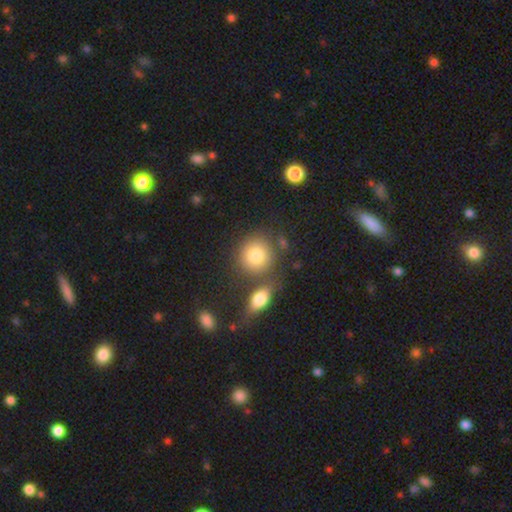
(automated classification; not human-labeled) Morphology: type=smooth (82%); roundness=round (84%); merging=none (66%).